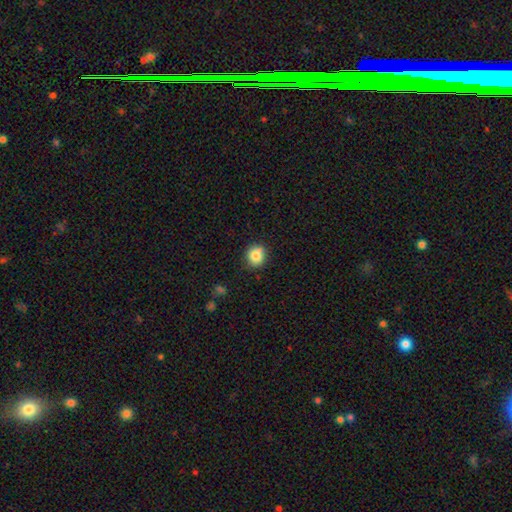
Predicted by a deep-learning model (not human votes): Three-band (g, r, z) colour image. It shows a smooth galaxy with no disk features (83%) that is round (85%). Merging: none (78%).